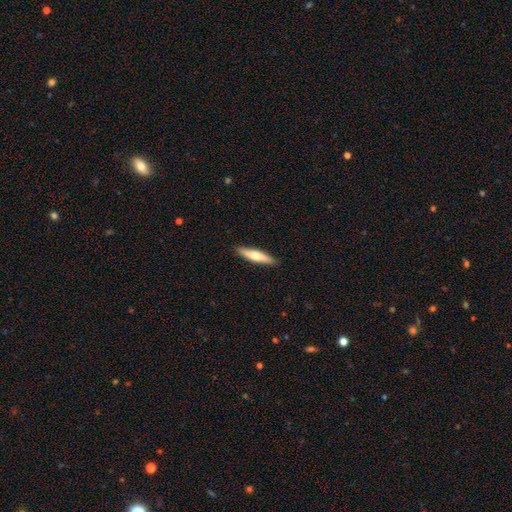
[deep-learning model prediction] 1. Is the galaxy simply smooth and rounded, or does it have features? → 57% smooth, 38% featured or disk, 5% star or artifact.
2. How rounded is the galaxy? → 79% cigar-shaped, 20% in between, 2% round.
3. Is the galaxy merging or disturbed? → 90% none, 7% minor disturbance, 1% major disturbance, 1% merger.